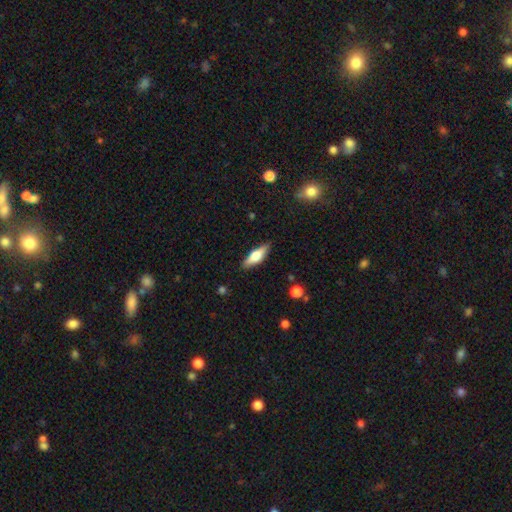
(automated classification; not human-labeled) Q: Smooth or featured?
A: smooth (59%); runner-up: featured or disk (35%)
Q: How rounded?
A: in between (55%); runner-up: cigar-shaped (43%)
Q: Merging?
A: none (87%); runner-up: minor disturbance (10%)